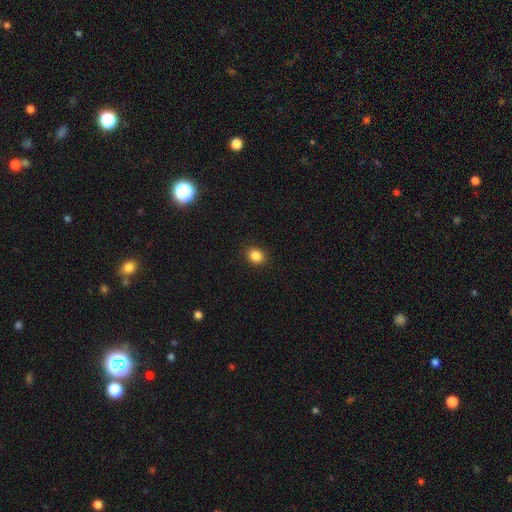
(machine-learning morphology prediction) This is clearly a smooth galaxy (86%). How rounded: possibly round (53%). Merging: clearly none (90%).